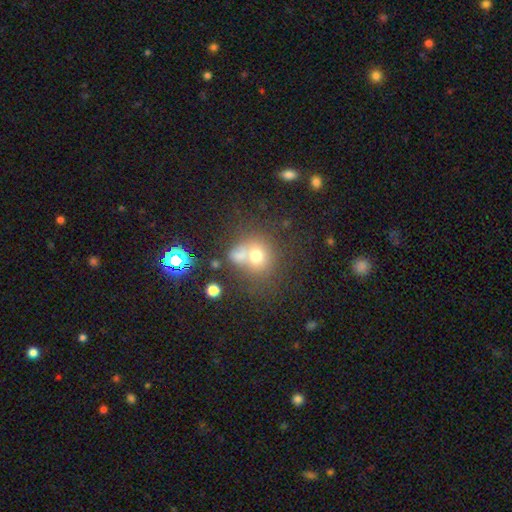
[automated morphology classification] Smooth or featured: smooth — 64% (star or artifact — 18%)
How rounded: round — 76% (in between — 23%)
Merging: none — 42% (merger — 41%)